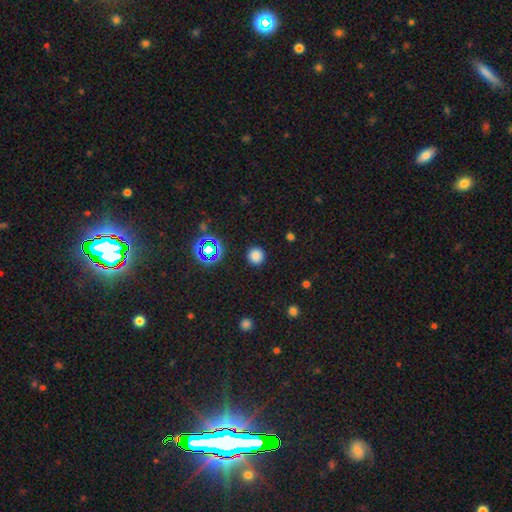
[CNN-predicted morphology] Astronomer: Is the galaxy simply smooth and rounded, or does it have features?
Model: smooth — 77%.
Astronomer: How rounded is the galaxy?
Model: round — 93%.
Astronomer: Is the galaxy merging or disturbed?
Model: none — 90%.